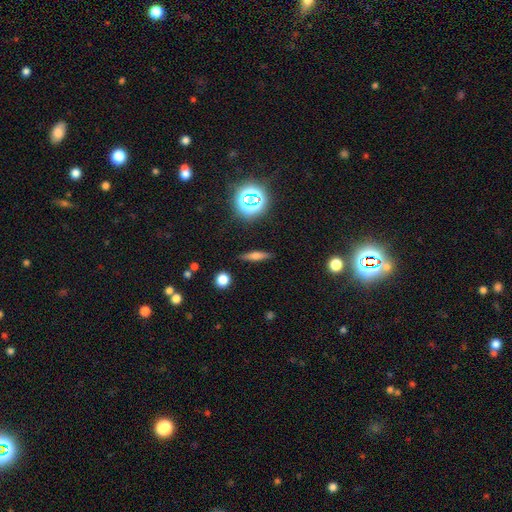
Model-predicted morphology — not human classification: A smooth galaxy with no disk features (52%) that is cigar-shaped (74%).

Vote fractions:
- Smooth or featured? smooth: 52% / featured or disk: 33% / star or artifact: 15%
- How rounded? cigar-shaped: 74% / in between: 20% / round: 6%
- Merging? none: 88% / minor disturbance: 8% / major disturbance: 2% / merger: 2%